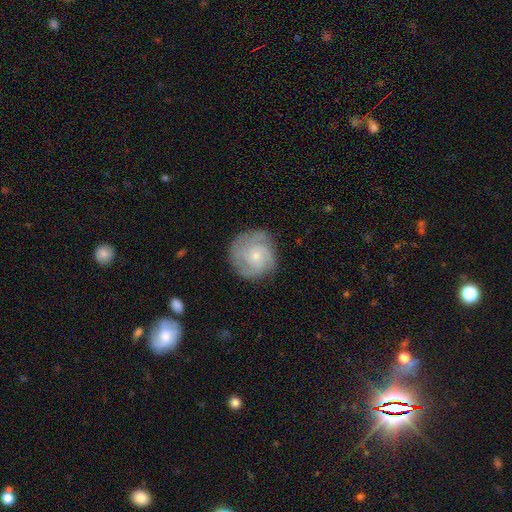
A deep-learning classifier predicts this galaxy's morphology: Smooth or featured: featured or disk — 69% (smooth — 25%)
Edge-on disk: no — 98% (yes — 2%)
Bar: no — 78% (weak — 20%)
Spiral arms: yes — 91% (no — 9%)
Spiral winding: tight — 57% (medium — 33%)
Spiral arm count: 3 — 35% (can't tell — 28%)
Bulge size: small — 69% (moderate — 25%)
Merging: none — 77% (minor disturbance — 16%)